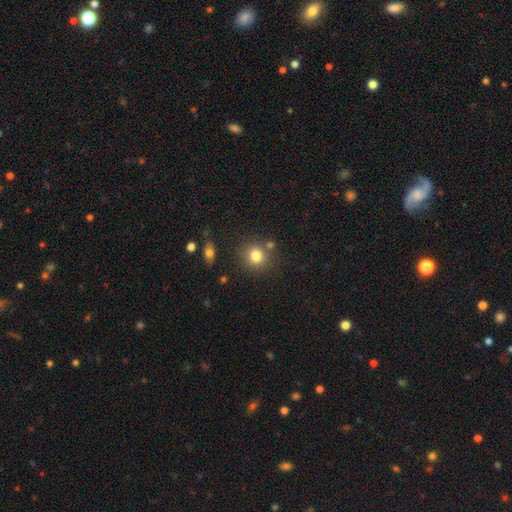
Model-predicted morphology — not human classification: type=smooth (80%); roundness=round (86%); merging=none (77%).